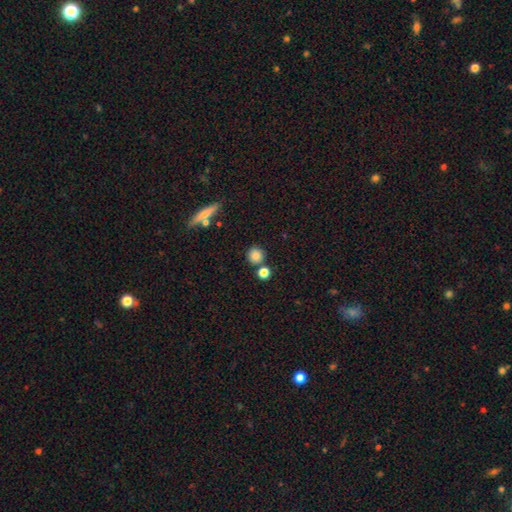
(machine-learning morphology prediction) This appears to be a smooth galaxy with no disk features (83%) that is round (91%). Merging: none (77%).